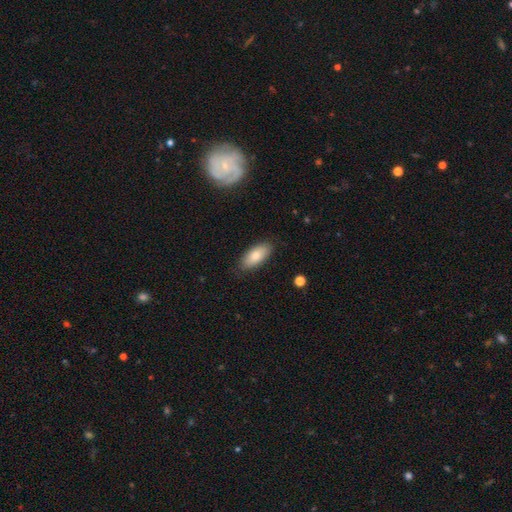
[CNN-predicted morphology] The model was most divided on "smooth or featured": smooth: 80%, featured or disk: 14%, star or artifact: 7%. More confident: how rounded — in between (88%); merging — none (85%).